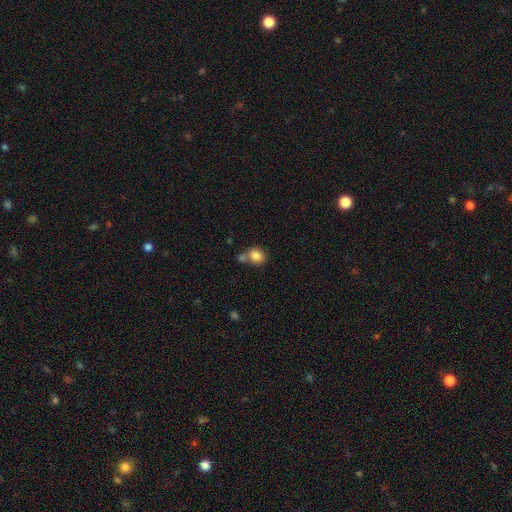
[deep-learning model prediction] smooth 84%, star or artifact 9%, featured or disk 6%. Down the decision tree: how rounded — round (61%); merging — none (53%).